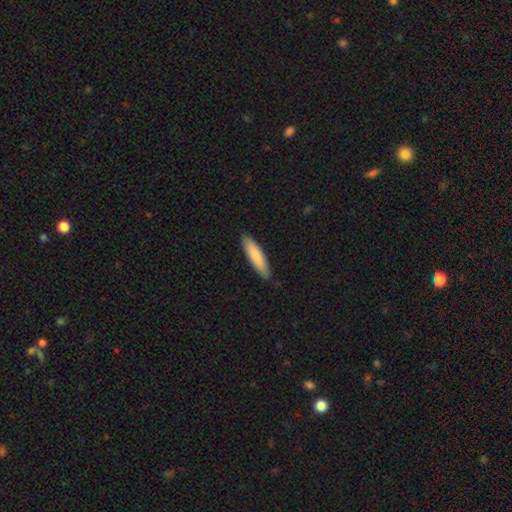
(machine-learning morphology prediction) Overall: smooth (82%). How rounded: cigar-shaped (77%). Merging: none (88%).